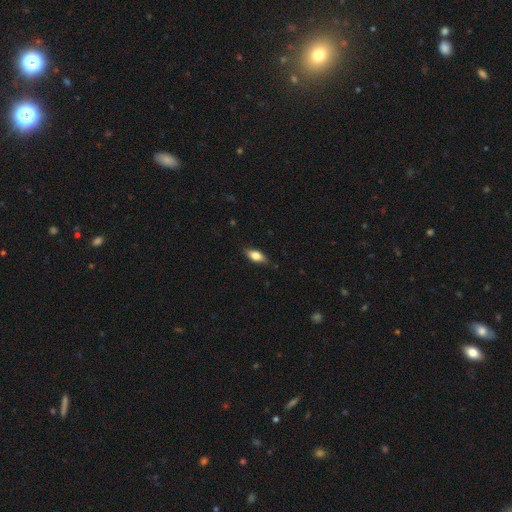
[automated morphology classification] smooth-or-featured: smooth: 72% | featured or disk: 22% | star or artifact: 7%
  how-rounded: in between: 81% | cigar-shaped: 16% | round: 4%
  merging: none: 84% | minor disturbance: 13% | major disturbance: 2% | merger: 1%